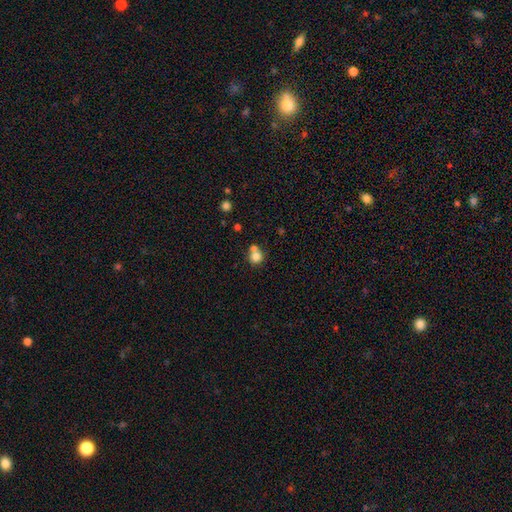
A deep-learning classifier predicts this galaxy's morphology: smooth 80%, star or artifact 11%, featured or disk 9%. Down the decision tree: how rounded — round (87%); merging — none (48%).